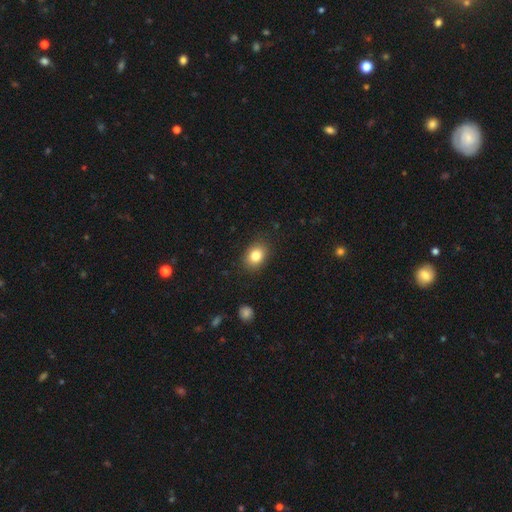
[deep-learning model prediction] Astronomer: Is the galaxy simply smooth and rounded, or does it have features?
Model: smooth — 83%.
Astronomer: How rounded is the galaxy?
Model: in between — 65%.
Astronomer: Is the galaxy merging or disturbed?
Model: none — 86%.